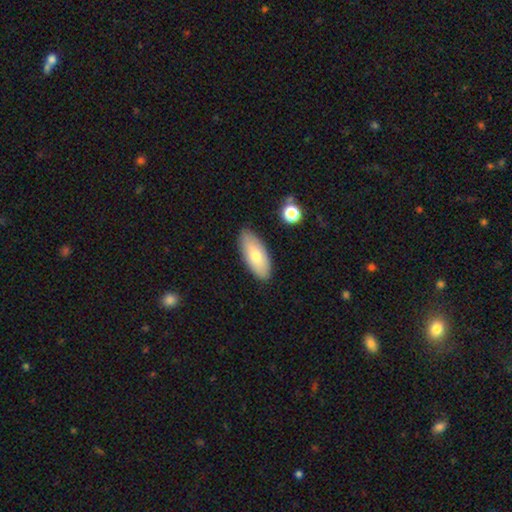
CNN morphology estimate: Smooth or featured?
  - smooth: 71% *
  - featured or disk: 22%
  - star or artifact: 7%
How rounded?
  - in between: 83% *
  - cigar-shaped: 14%
  - round: 2%
Merging?
  - none: 87% *
  - minor disturbance: 9%
  - major disturbance: 2%
  - merger: 1%